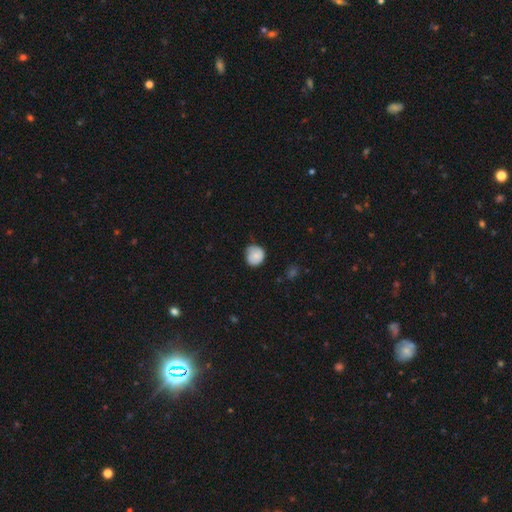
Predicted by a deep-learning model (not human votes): A smooth galaxy with no disk features (80%) that is round (85%).

Vote fractions:
- Smooth or featured? smooth: 80% / featured or disk: 13% / star or artifact: 8%
- How rounded? round: 85% / in between: 14% / cigar-shaped: 1%
- Merging? none: 60% / minor disturbance: 33% / major disturbance: 5% / merger: 1%